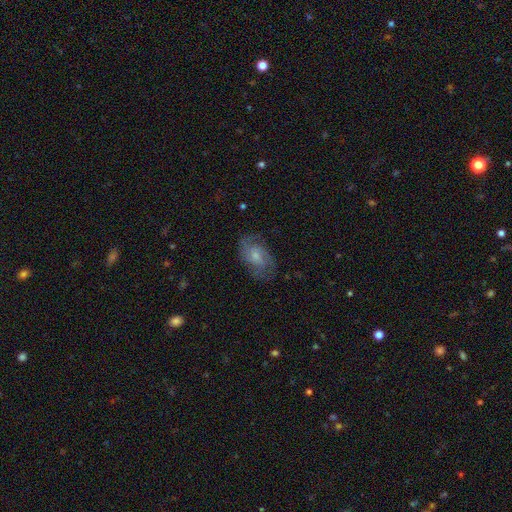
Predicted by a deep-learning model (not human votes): featured or disk 61%, smooth 31%, star or artifact 7%. Down the decision tree: edge-on disk — no (96%); bar — no (60%); spiral arms — yes (88%); spiral arm count — 2 (47%); spiral winding — medium (46%); bulge size — small (50%); merging — none (69%).